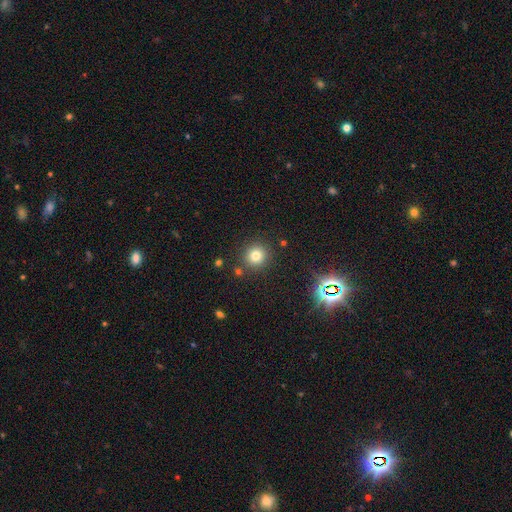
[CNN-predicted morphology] Smooth or featured: smooth — 78% (star or artifact — 15%)
How rounded: round — 92% (in between — 7%)
Merging: none — 87% (minor disturbance — 7%)